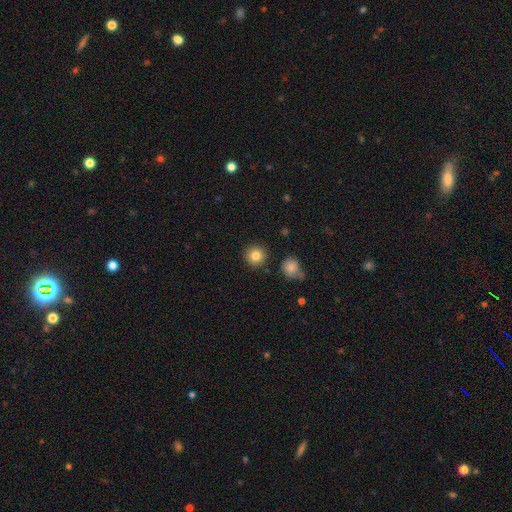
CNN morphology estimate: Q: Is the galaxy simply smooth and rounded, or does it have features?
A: smooth — 84%.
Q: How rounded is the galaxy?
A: round — 94%.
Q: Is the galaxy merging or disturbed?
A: none — 90%.